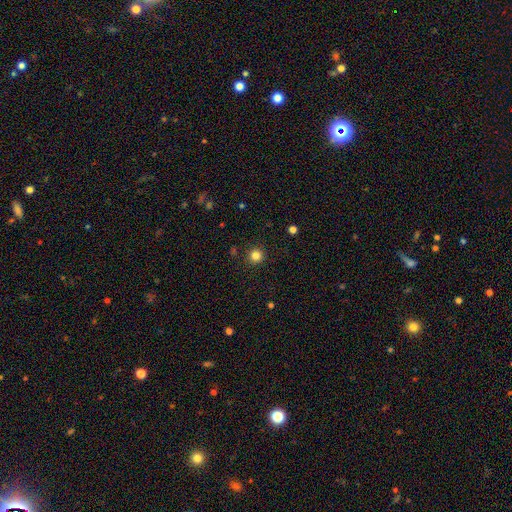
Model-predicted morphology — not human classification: smooth 83%, star or artifact 13%, featured or disk 4%. Down the decision tree: how rounded — round (96%); merging — none (92%).